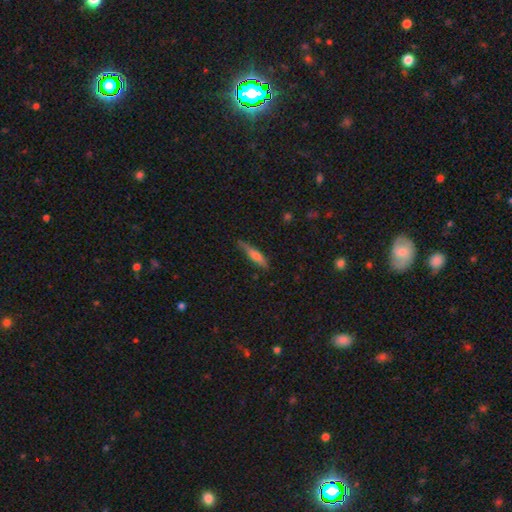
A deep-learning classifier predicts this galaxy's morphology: Q: Smooth or featured?
A: smooth (54%); runner-up: featured or disk (38%)
Q: How rounded?
A: cigar-shaped (84%); runner-up: in between (14%)
Q: Merging?
A: none (73%); runner-up: minor disturbance (21%)